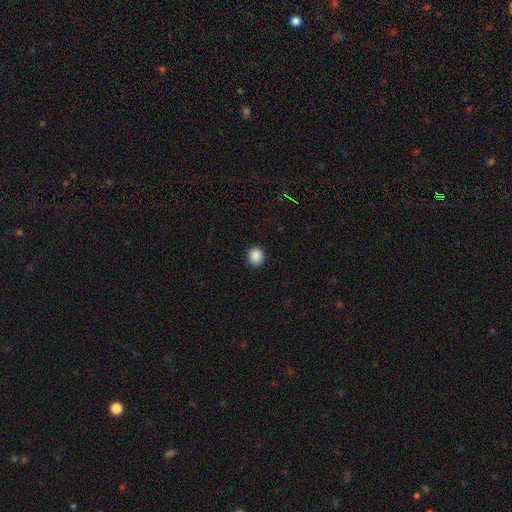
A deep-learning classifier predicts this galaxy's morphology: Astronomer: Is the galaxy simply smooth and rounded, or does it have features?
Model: smooth — 88%.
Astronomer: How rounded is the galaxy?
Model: round — 81%.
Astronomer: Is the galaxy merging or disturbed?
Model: none — 92%.